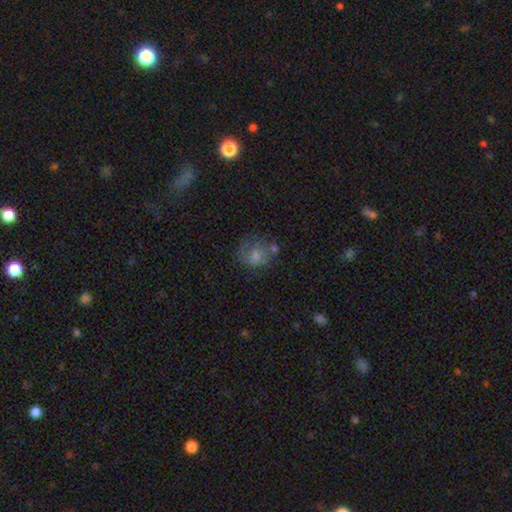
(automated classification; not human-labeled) The model was most divided on "smooth or featured": smooth: 54%, featured or disk: 30%, star or artifact: 16%. More confident: how rounded — round (62%); merging — none (52%).